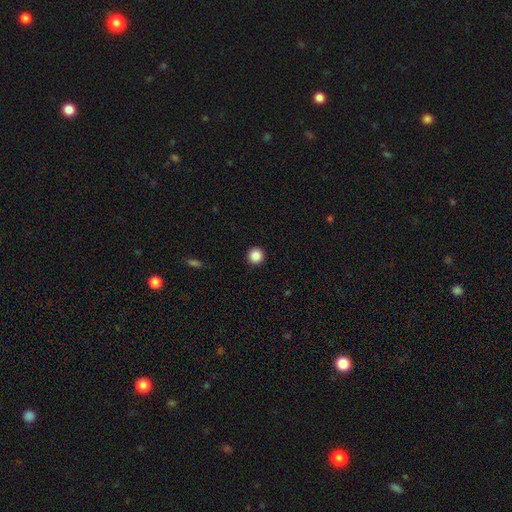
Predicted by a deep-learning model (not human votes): smooth 87%, star or artifact 10%, featured or disk 3%. Down the decision tree: how rounded — round (96%); merging — none (93%).